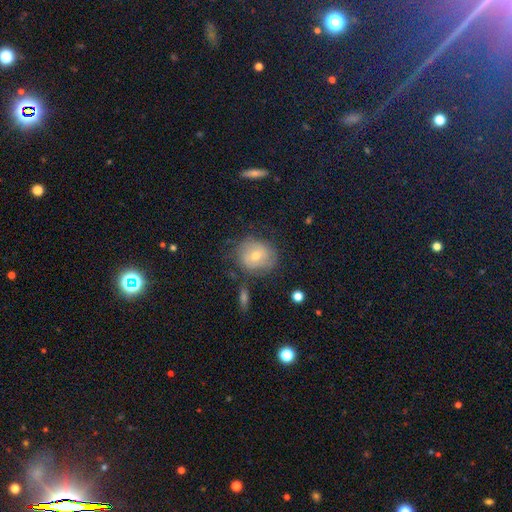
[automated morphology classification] Q: Smooth or featured?
A: smooth (45%); runner-up: featured or disk (44%)
Q: Merging?
A: none (71%); runner-up: minor disturbance (18%)